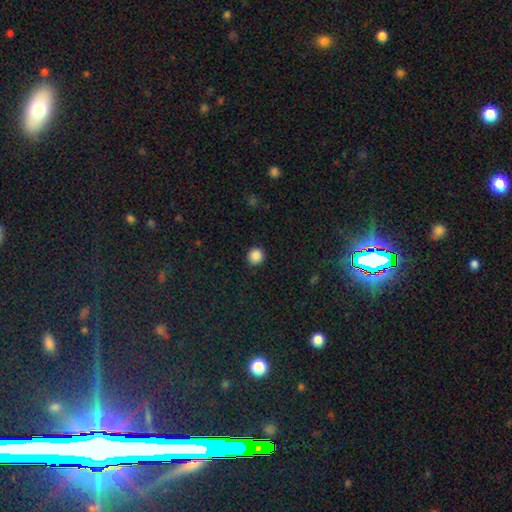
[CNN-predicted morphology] Overall: smooth (87%). How rounded: round (93%). Merging: none (91%).